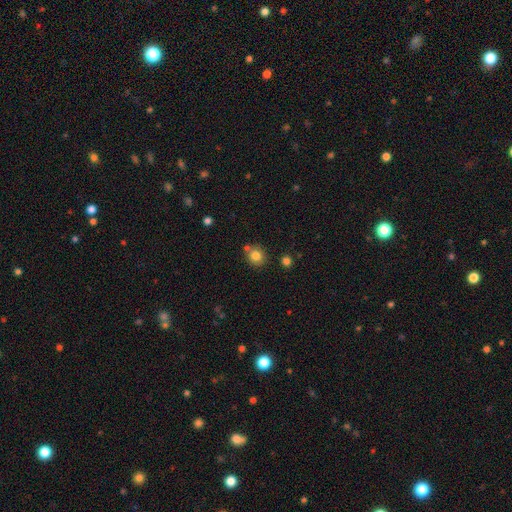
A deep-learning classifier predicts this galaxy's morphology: smooth-or-featured: smooth: 82% | star or artifact: 11% | featured or disk: 7%
  how-rounded: round: 81% | in between: 18% | cigar-shaped: 1%
  merging: none: 73% | merger: 13% | minor disturbance: 12% | major disturbance: 3%